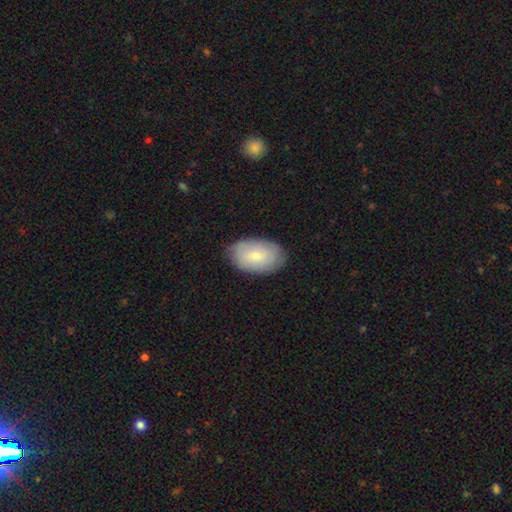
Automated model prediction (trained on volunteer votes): Q: Smooth or featured?
A: smooth (72%); runner-up: featured or disk (22%)
Q: How rounded?
A: in between (92%); runner-up: round (6%)
Q: Merging?
A: none (82%); runner-up: minor disturbance (14%)